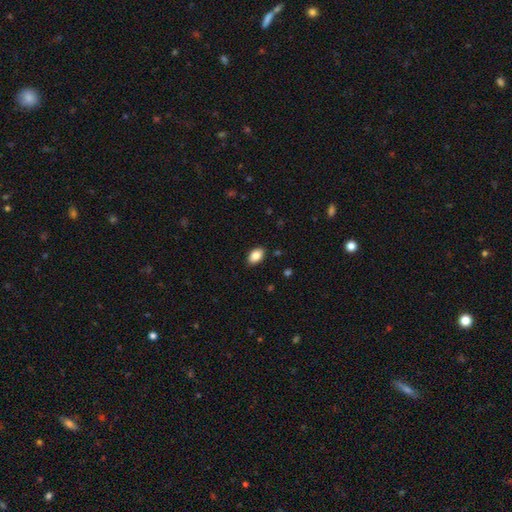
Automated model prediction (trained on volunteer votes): smooth_or_featured: smooth (p=0.87) [alt: star or artifact p=0.08]
how_rounded: in between (p=0.90) [alt: round p=0.09]
merging: none (p=0.88) [alt: minor disturbance p=0.09]